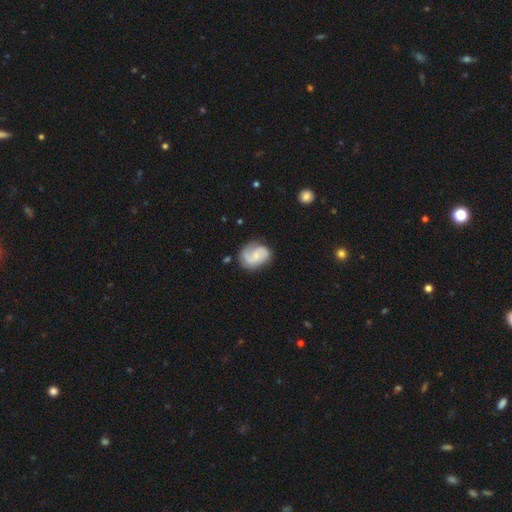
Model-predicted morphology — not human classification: Smooth or featured? featured or disk (68%)
Edge-on disk? no (98%)
Bar? no (54%)
Spiral arms? yes (93%)
Spiral winding? medium (45%)
Spiral arm count? 2 (80%)
Bulge size? small (57%)
Merging? none (72%)